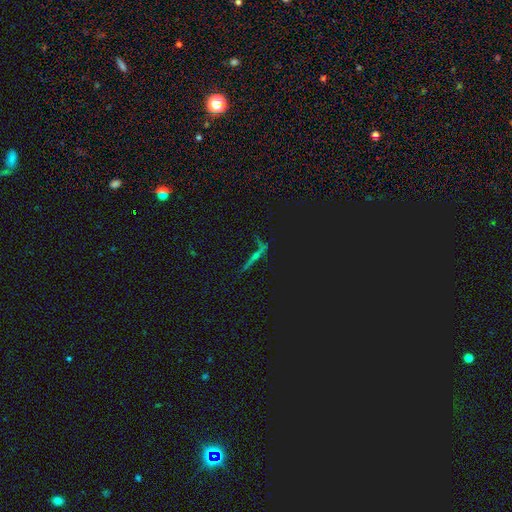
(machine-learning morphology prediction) smooth-or-featured: star or artifact: 42% | featured or disk: 40% | smooth: 18%